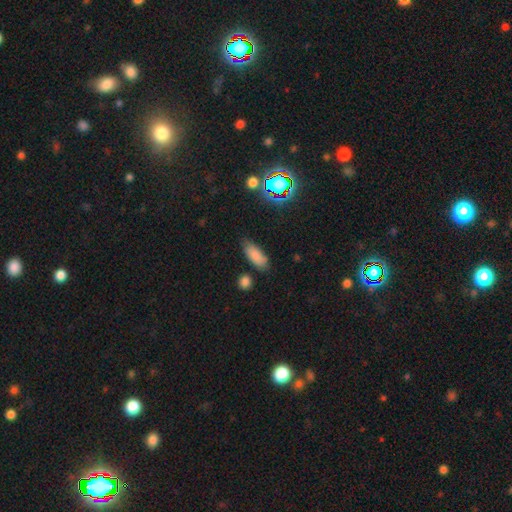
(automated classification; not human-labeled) Morphology: type=smooth (81%); roundness=in between (78%); merging=none (74%).